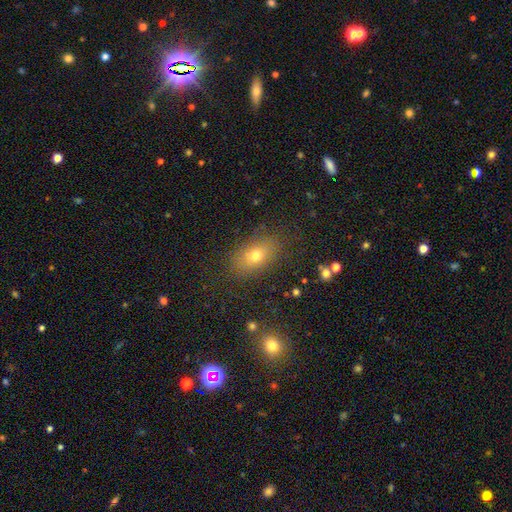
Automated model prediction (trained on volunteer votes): Morphology: type=smooth (70%); roundness=in between (80%); merging=none (82%).